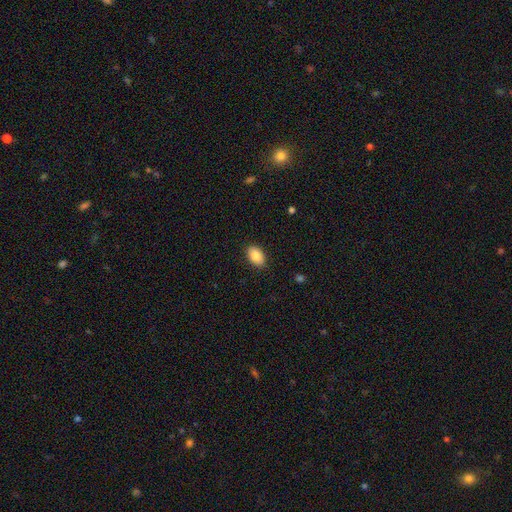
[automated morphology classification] smooth-or-featured: smooth: 87% | star or artifact: 7% | featured or disk: 6%
  how-rounded: in between: 90% | round: 9% | cigar-shaped: 1%
  merging: none: 88% | minor disturbance: 9% | major disturbance: 2% | merger: 1%